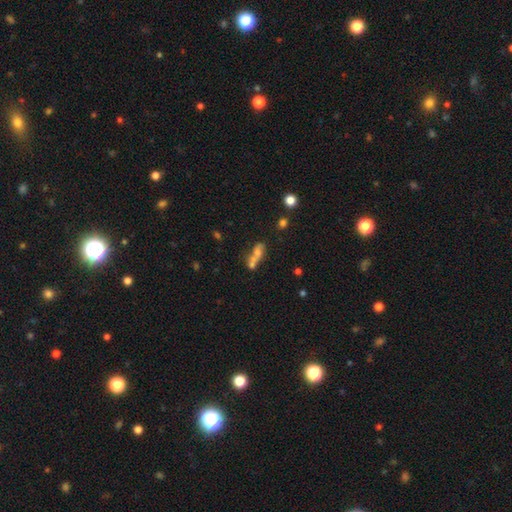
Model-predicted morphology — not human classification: This is possibly a smooth galaxy (54%). How rounded: likely in between (62%). Merging: possibly merger (56%).